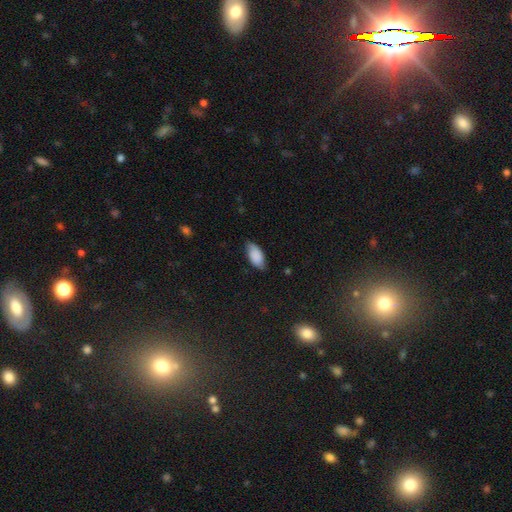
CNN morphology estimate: smooth 86%, featured or disk 7%, star or artifact 6%. Down the decision tree: how rounded — in between (93%); merging — none (73%).